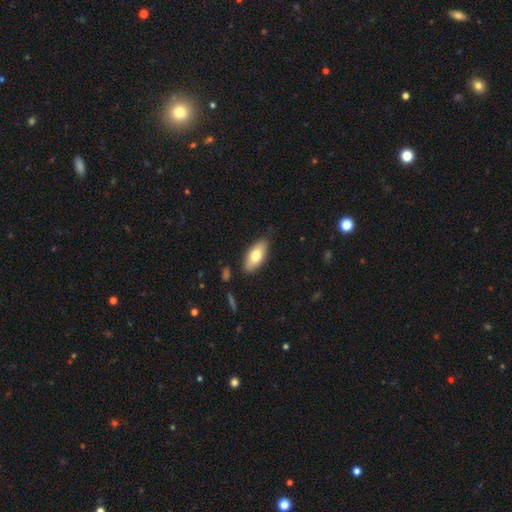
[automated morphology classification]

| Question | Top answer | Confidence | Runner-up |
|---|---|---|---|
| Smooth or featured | smooth | 74% | featured or disk (20%) |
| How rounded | in between | 88% | cigar-shaped (10%) |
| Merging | none | 84% | minor disturbance (12%) |